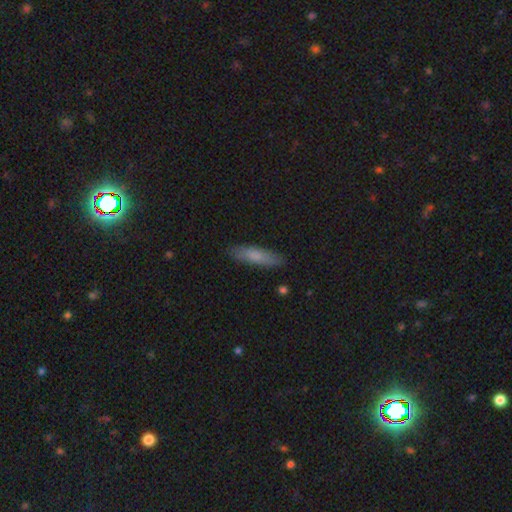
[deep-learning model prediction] smooth 77%, featured or disk 16%, star or artifact 6%. Down the decision tree: how rounded — cigar-shaped (73%); merging — none (86%).